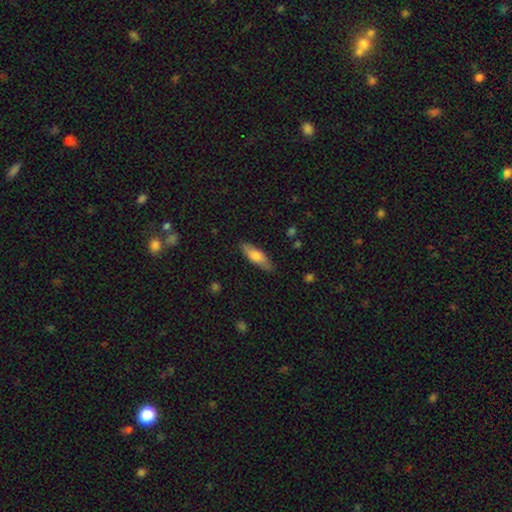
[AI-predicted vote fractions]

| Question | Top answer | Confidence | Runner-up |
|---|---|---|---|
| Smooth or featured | smooth | 72% | featured or disk (22%) |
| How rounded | in between | 50% | cigar-shaped (48%) |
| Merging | none | 84% | minor disturbance (12%) |